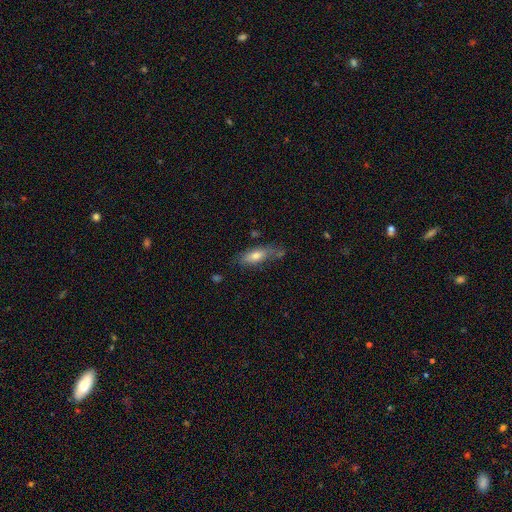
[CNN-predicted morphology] Q: Smooth or featured?
A: smooth (69%); runner-up: featured or disk (24%)
Q: How rounded?
A: in between (62%); runner-up: cigar-shaped (35%)
Q: Merging?
A: none (56%); runner-up: minor disturbance (25%)